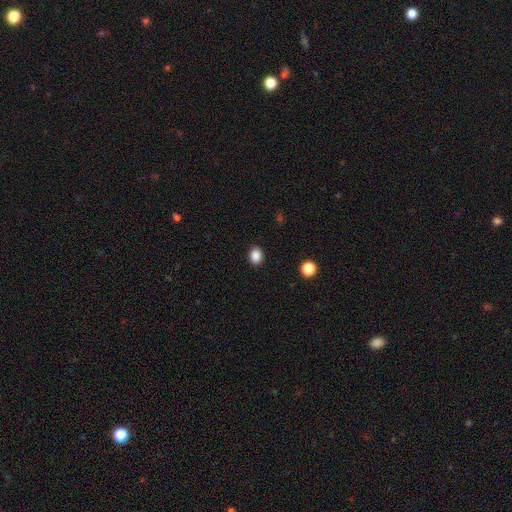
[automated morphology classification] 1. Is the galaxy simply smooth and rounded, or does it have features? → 87% smooth, 10% star or artifact, 3% featured or disk.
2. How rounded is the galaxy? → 57% round, 42% in between, 1% cigar-shaped.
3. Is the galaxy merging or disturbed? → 90% none, 7% minor disturbance, 2% major disturbance, 1% merger.